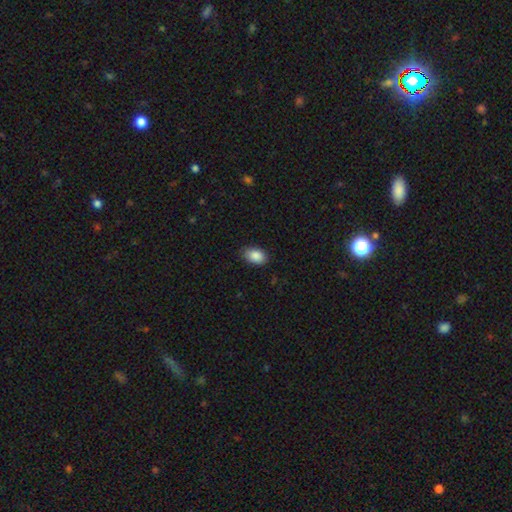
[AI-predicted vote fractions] Smooth or featured? smooth (89%)
How rounded? in between (89%)
Merging? none (83%)